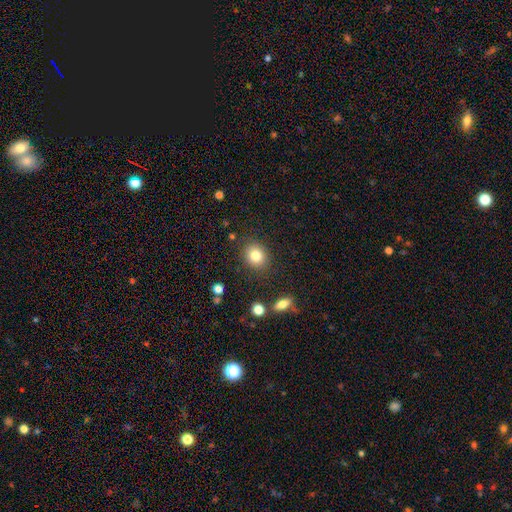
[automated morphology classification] The model was most divided on "how rounded": round: 69%, in between: 31%, cigar-shaped: 1%. More confident: merging — none (86%); smooth or featured — smooth (82%).